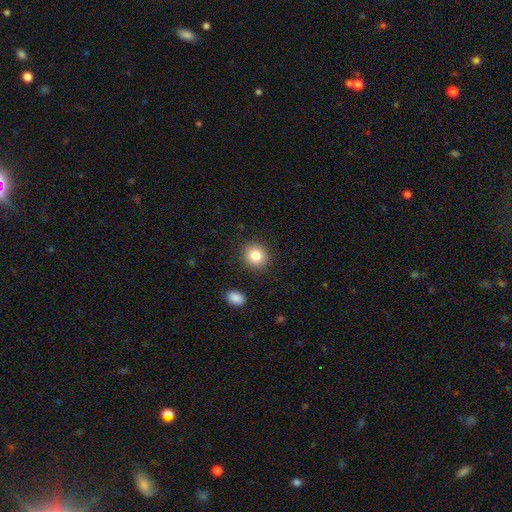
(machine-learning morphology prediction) smooth 84%, star or artifact 10%, featured or disk 7%. Down the decision tree: how rounded — round (87%); merging — none (89%).